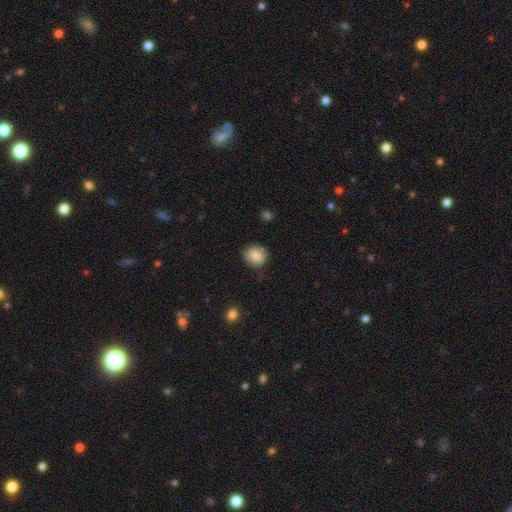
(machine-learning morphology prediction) A smooth galaxy with no disk features (85%) that is round (77%). Merging: none (78%).